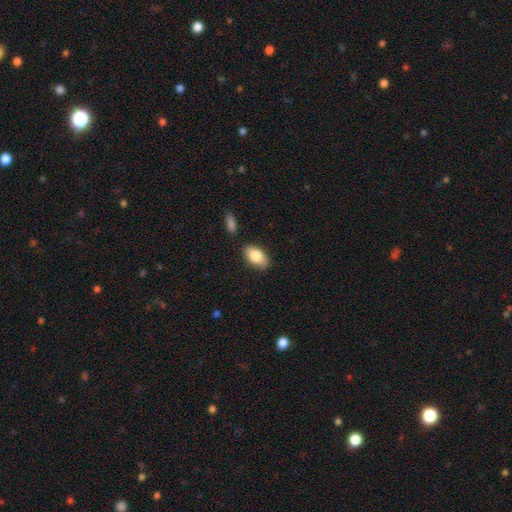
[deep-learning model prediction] This appears to be a smooth galaxy with no disk features (84%) that is in between round and cigar-shaped (93%). Merging: none (82%).